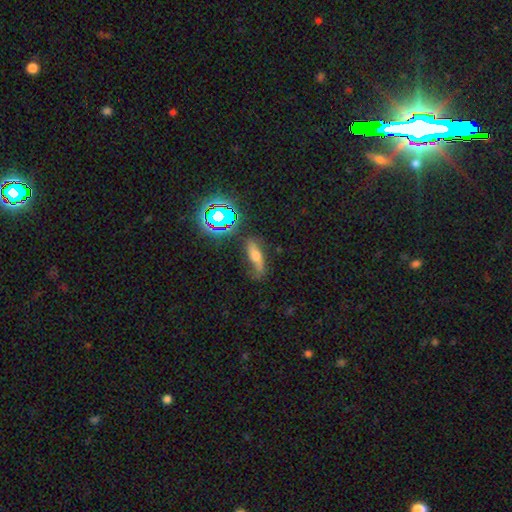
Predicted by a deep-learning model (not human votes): Smooth or featured? smooth (43%)
Merging? none (64%)